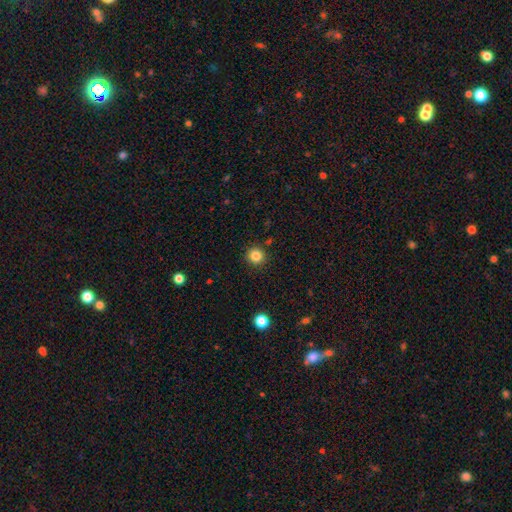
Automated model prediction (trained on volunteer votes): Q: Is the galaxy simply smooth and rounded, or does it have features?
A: smooth — 84%.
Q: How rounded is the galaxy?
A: round — 94%.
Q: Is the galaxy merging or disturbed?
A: none — 90%.